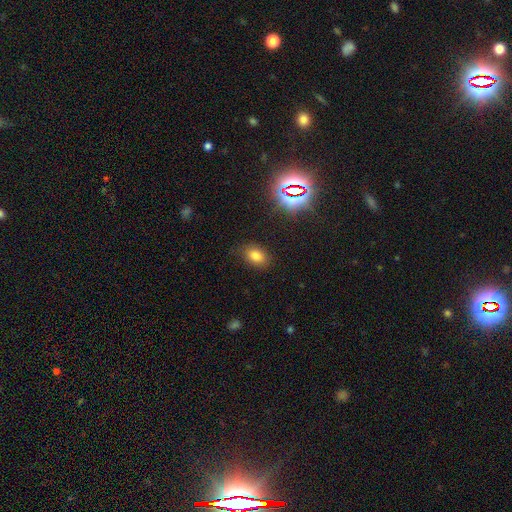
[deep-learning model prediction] Overall: smooth (76%). How rounded: in between (79%). Merging: none (79%).